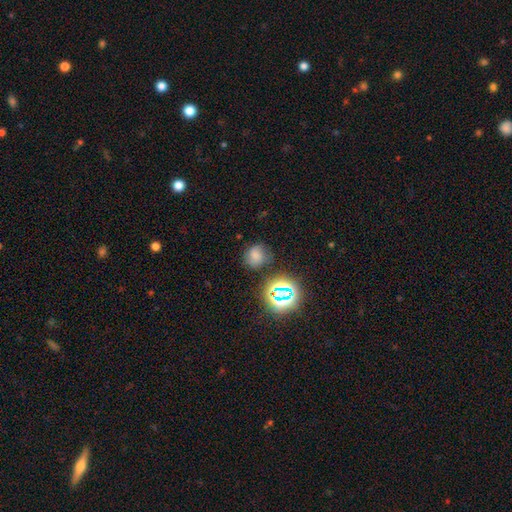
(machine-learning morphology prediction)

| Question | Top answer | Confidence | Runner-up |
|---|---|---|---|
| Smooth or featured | smooth | 60% | star or artifact (24%) |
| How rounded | round | 75% | in between (24%) |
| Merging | none | 68% | minor disturbance (20%) |